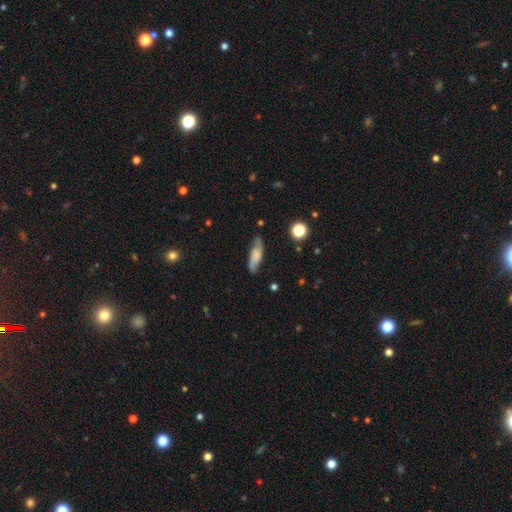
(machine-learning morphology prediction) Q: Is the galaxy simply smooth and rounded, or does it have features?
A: smooth — 58%.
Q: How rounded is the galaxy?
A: in between — 51%.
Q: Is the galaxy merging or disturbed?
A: none — 75%.